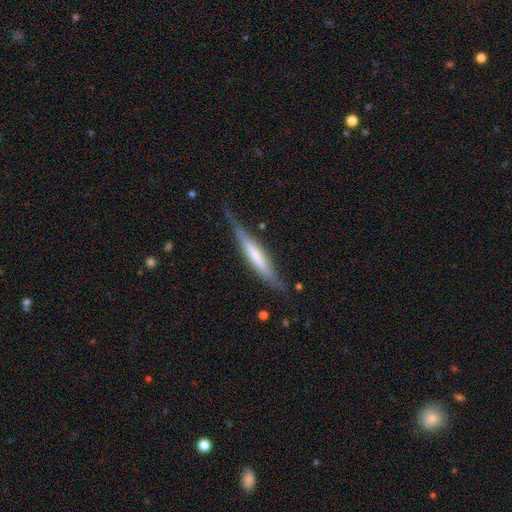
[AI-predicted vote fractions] Morphology: type=featured or disk (51%); edge-on=yes (91%); merging=none (69%).